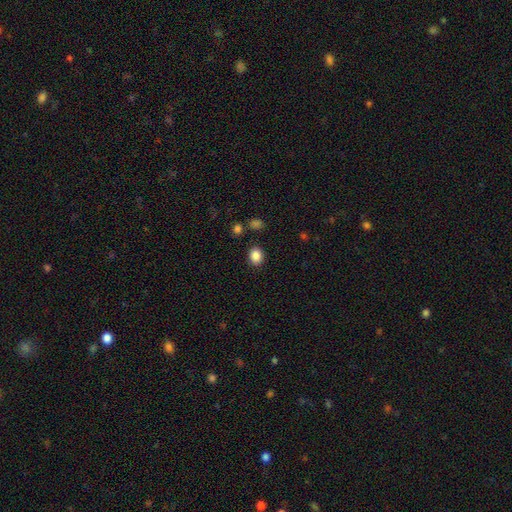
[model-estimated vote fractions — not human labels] Smooth or featured? smooth (87%)
How rounded? in between (50%)
Merging? none (86%)